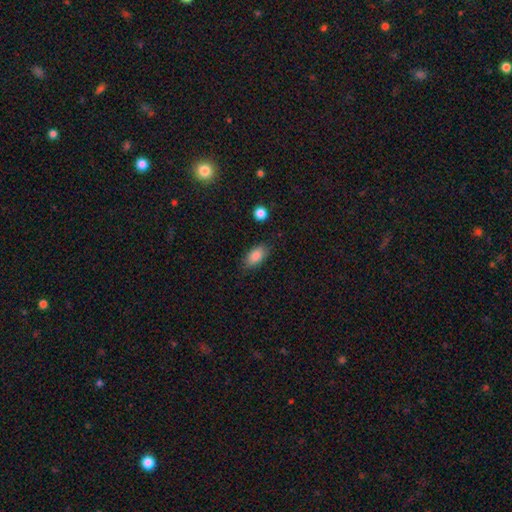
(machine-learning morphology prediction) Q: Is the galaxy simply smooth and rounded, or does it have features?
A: smooth — 87%.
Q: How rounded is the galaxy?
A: in between — 91%.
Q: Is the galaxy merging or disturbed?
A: none — 83%.